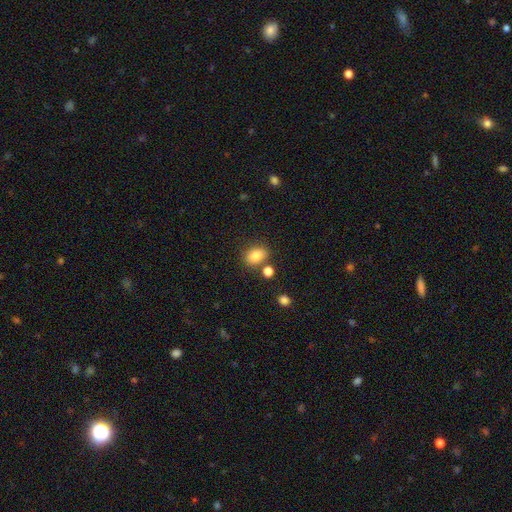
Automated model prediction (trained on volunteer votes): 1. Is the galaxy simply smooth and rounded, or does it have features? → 84% smooth, 10% star or artifact, 6% featured or disk.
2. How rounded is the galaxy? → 65% in between, 33% round, 1% cigar-shaped.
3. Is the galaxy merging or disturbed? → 73% none, 12% minor disturbance, 10% merger, 4% major disturbance.